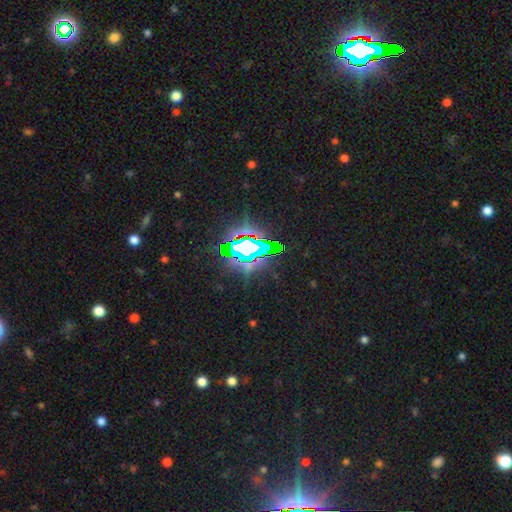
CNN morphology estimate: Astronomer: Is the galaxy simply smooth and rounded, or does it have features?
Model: star or artifact — 80%.